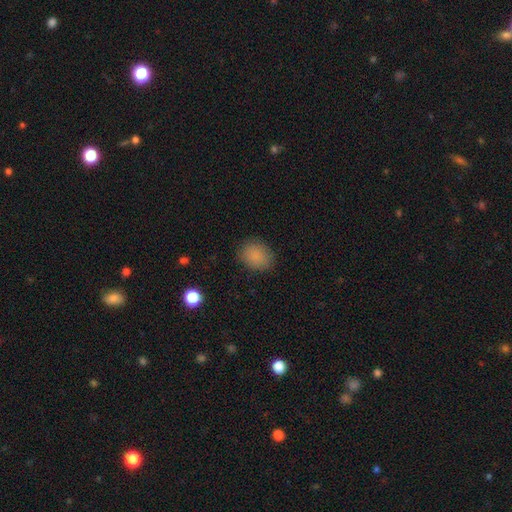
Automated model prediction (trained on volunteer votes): The model was most divided on "how rounded": in between: 52%, round: 47%, cigar-shaped: 1%. More confident: smooth or featured — smooth (86%); merging — none (83%).